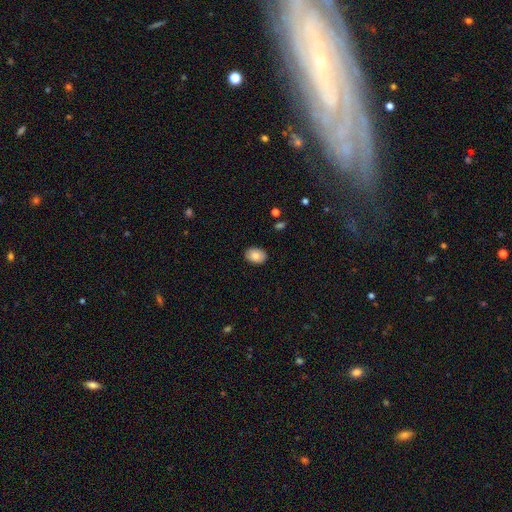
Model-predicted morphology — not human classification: A smooth galaxy with no disk features (84%) that is in between round and cigar-shaped (76%). Merging: none (88%).